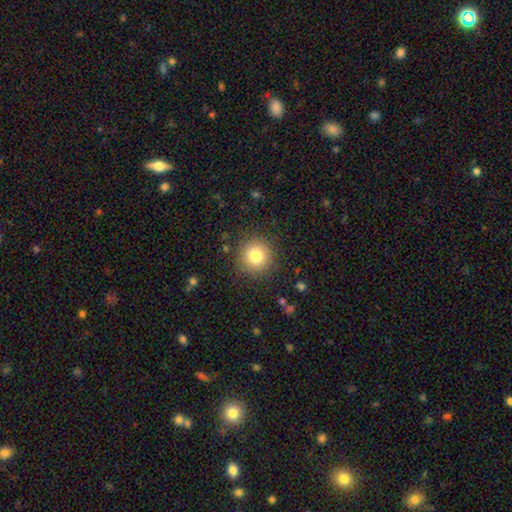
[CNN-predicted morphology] smooth_or_featured: smooth (p=0.79) [alt: star or artifact p=0.12]
how_rounded: round (p=0.94) [alt: in between p=0.05]
merging: none (p=0.88) [alt: minor disturbance p=0.08]